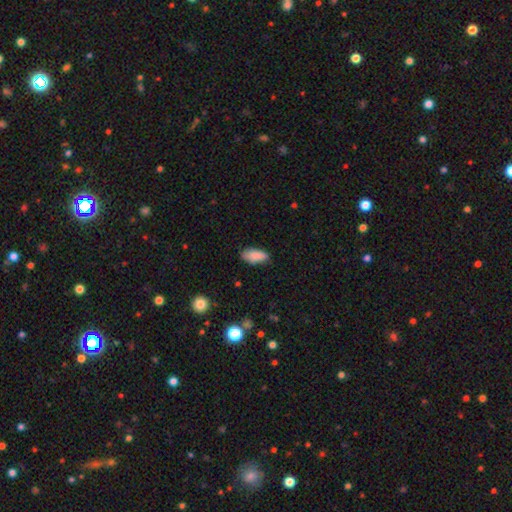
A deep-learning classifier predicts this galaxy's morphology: A smooth galaxy with no disk features (86%) that is in between round and cigar-shaped (88%). Merging: none (73%).